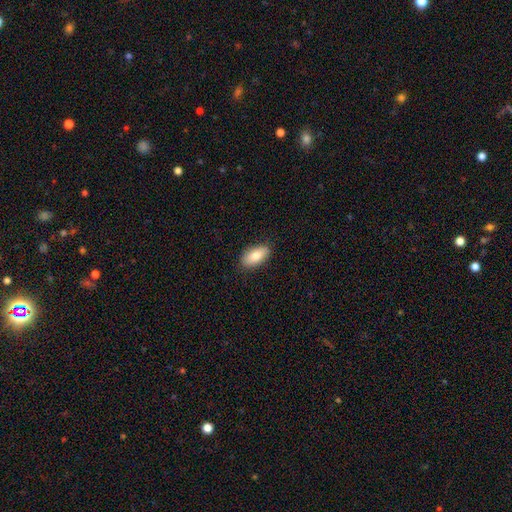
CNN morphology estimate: The model was most divided on "smooth or featured": smooth: 84%, featured or disk: 10%, star or artifact: 6%. More confident: how rounded — in between (92%); merging — none (86%).